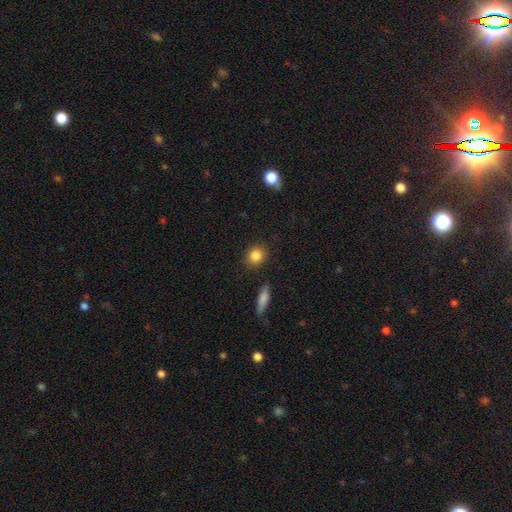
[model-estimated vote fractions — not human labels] Smooth or featured? Predicted: smooth (p=0.86). How rounded? Predicted: round (p=0.73). Merging? Predicted: none (p=0.87).